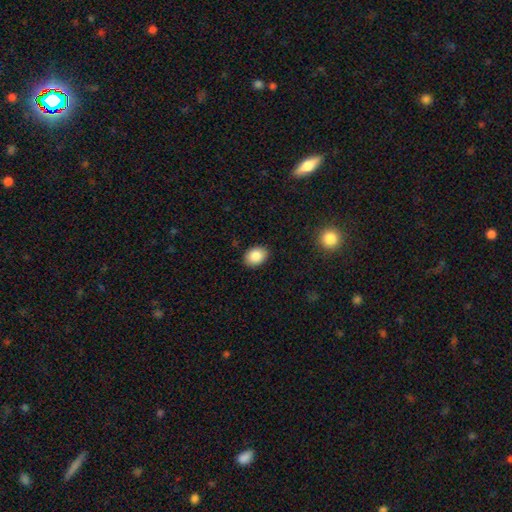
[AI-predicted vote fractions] smooth 87%, star or artifact 8%, featured or disk 5%. Down the decision tree: how rounded — in between (71%); merging — none (88%).